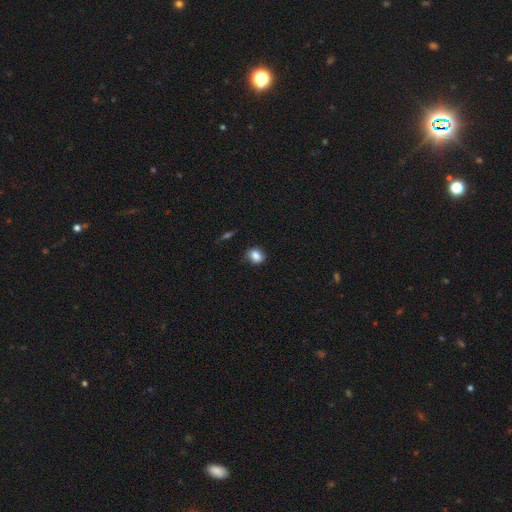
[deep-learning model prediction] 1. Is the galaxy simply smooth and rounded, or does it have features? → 85% smooth, 9% star or artifact, 6% featured or disk.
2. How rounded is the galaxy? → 51% round, 47% in between, 1% cigar-shaped.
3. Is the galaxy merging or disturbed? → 78% none, 17% minor disturbance, 3% major disturbance, 1% merger.